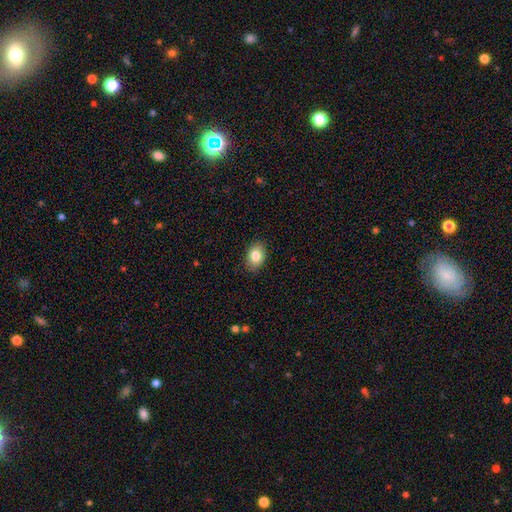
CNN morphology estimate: type=smooth (84%); roundness=in between (78%); merging=none (88%).